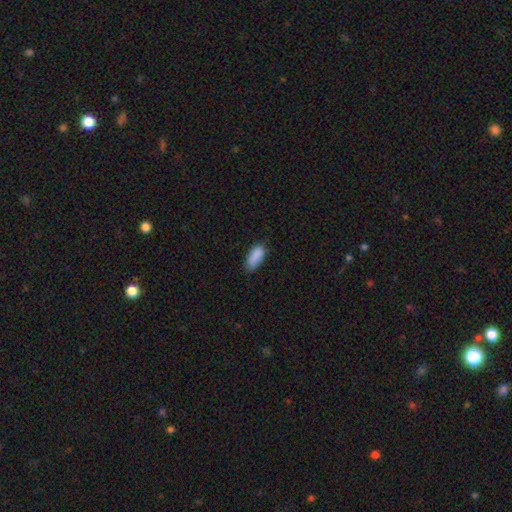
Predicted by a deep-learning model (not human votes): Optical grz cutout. It shows a smooth galaxy with no disk features (89%) that is in between round and cigar-shaped (84%). Merging: none (73%).